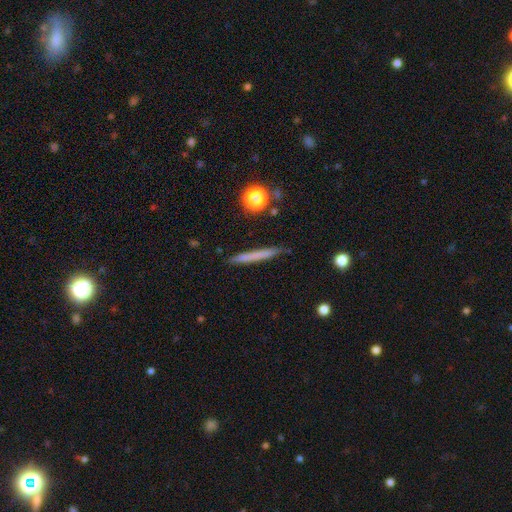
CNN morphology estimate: This is likely a smooth galaxy (64%). How rounded: clearly cigar-shaped (96%). Merging: clearly none (87%).